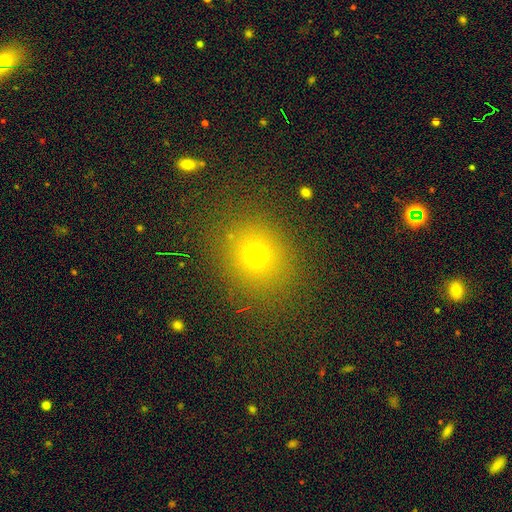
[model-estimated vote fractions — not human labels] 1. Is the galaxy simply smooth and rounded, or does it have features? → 68% smooth, 22% star or artifact, 10% featured or disk.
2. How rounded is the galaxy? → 73% round, 26% in between, 1% cigar-shaped.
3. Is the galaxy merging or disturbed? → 85% none, 9% minor disturbance, 4% major disturbance, 2% merger.